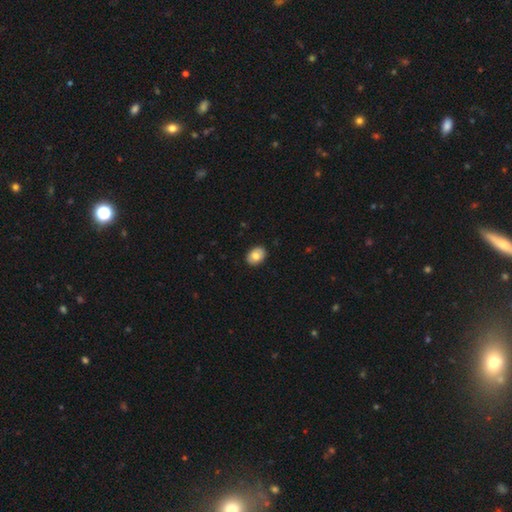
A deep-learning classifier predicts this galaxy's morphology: Smooth or featured: smooth — 77% (featured or disk — 16%)
How rounded: in between — 77% (round — 22%)
Merging: none — 90% (minor disturbance — 8%)